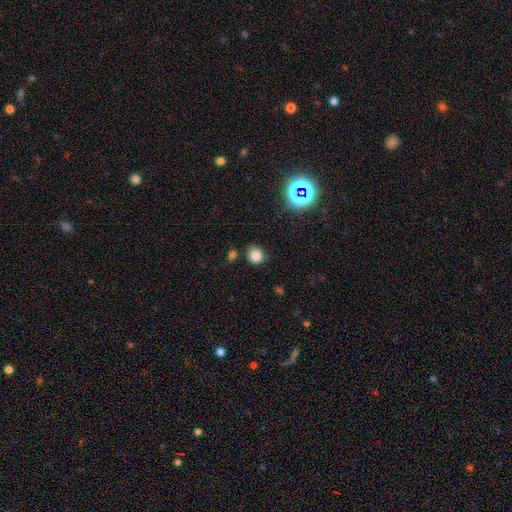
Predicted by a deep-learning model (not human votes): Smooth or featured?
  - smooth: 81% *
  - star or artifact: 14%
  - featured or disk: 5%
How rounded?
  - round: 82% *
  - in between: 17%
  - cigar-shaped: 1%
Merging?
  - none: 79% *
  - minor disturbance: 13%
  - merger: 5%
  - major disturbance: 3%